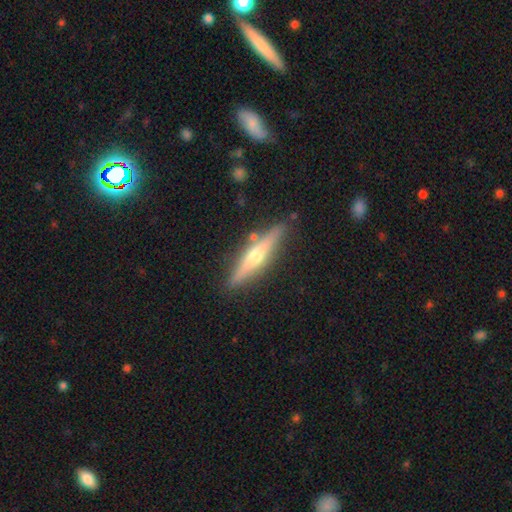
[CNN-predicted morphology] A featured or disk galaxy (63%) viewed edge-on (95%) with a rounded central bulge (88%). Merging: none (85%).